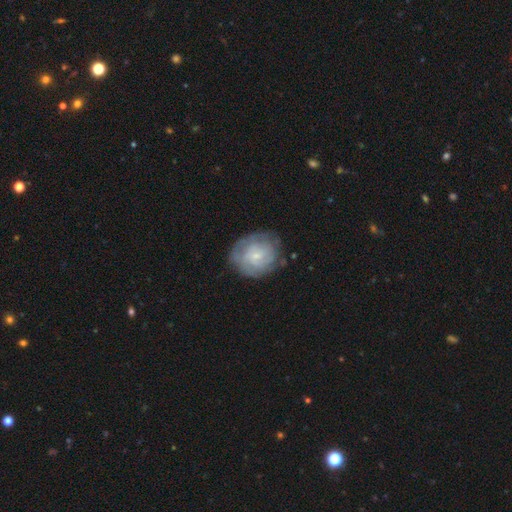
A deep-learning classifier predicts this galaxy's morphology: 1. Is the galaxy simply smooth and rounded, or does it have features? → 60% featured or disk, 33% smooth, 7% star or artifact.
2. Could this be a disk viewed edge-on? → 98% no, 2% yes.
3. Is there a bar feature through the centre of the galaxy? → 61% no, 34% weak, 5% strong.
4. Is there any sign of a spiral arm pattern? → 78% yes, 22% no.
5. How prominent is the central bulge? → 73% small, 17% moderate, 7% none, 2% large, 1% dominant.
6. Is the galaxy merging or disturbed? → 72% none, 19% minor disturbance, 8% major disturbance, 2% merger.